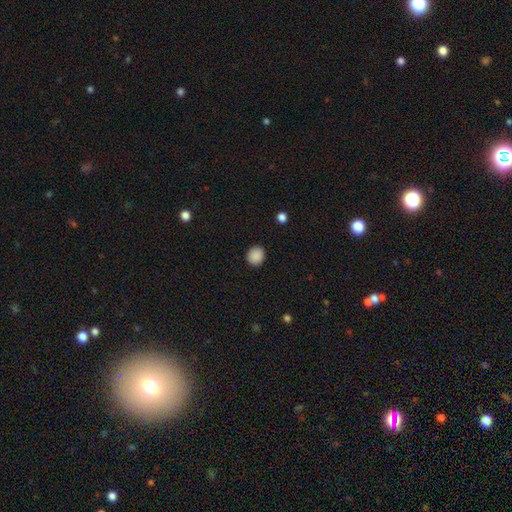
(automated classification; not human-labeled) Smooth or featured? smooth (89%)
How rounded? round (86%)
Merging? none (91%)